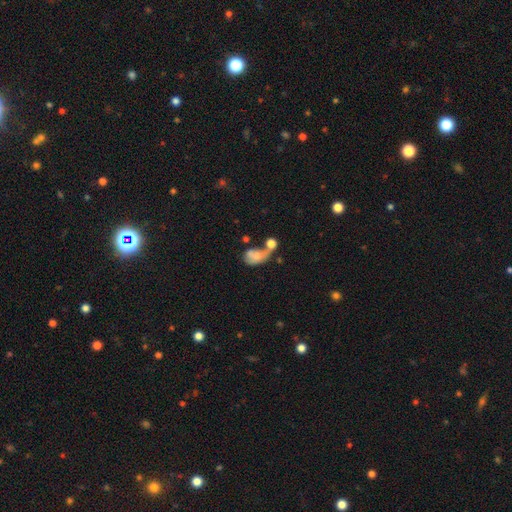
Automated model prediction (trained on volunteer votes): A smooth galaxy with no disk features (63%) that is in between round and cigar-shaped (79%).

Vote fractions:
- Smooth or featured? smooth: 63% / featured or disk: 26% / star or artifact: 10%
- How rounded? in between: 79% / round: 18% / cigar-shaped: 2%
- Merging? merger: 47% / major disturbance: 22% / none: 17% / minor disturbance: 14%